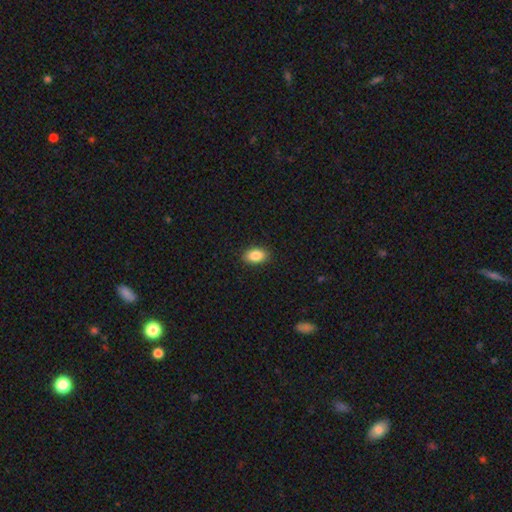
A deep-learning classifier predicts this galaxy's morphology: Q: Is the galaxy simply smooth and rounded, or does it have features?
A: smooth — 86%.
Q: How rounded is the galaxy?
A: in between — 89%.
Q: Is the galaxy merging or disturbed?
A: none — 90%.